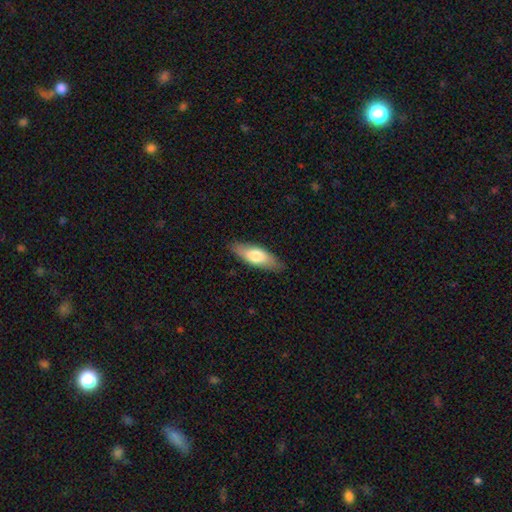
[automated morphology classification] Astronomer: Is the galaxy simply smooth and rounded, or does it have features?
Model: smooth — 71%.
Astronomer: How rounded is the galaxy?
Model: in between — 65%.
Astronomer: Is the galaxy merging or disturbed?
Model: none — 83%.